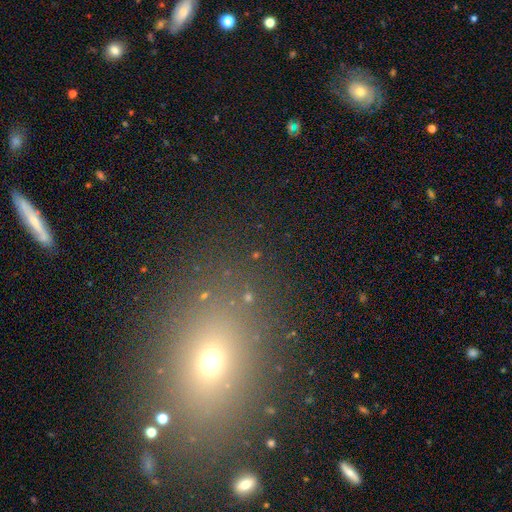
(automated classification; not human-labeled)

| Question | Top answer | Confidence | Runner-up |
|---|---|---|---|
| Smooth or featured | star or artifact | 54% | smooth (32%) |